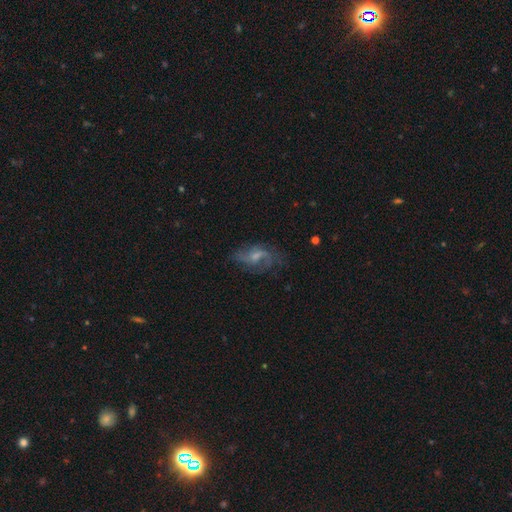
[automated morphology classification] Smooth or featured: featured or disk — 72% (smooth — 17%)
Edge-on disk: no — 95% (yes — 5%)
Bar: weak — 49% (no — 40%)
Spiral arms: yes — 89% (no — 11%)
Spiral winding: loose — 45% (medium — 41%)
Spiral arm count: 2 — 63% (can't tell — 17%)
Bulge size: small — 43% (moderate — 39%)
Merging: none — 68% (minor disturbance — 18%)